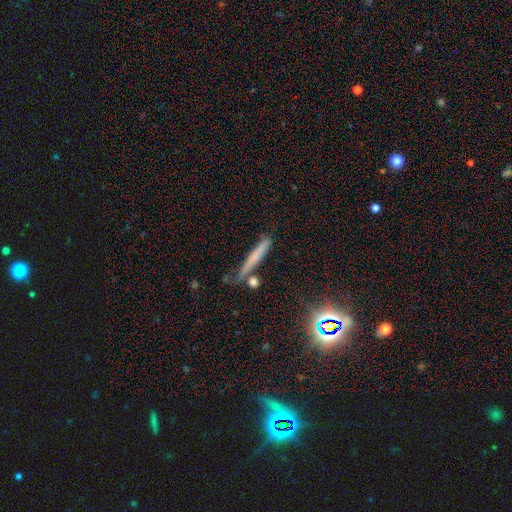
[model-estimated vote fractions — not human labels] This appears to be a smooth galaxy with no disk features (58%) that is cigar-shaped (93%). Merging: none (71%).